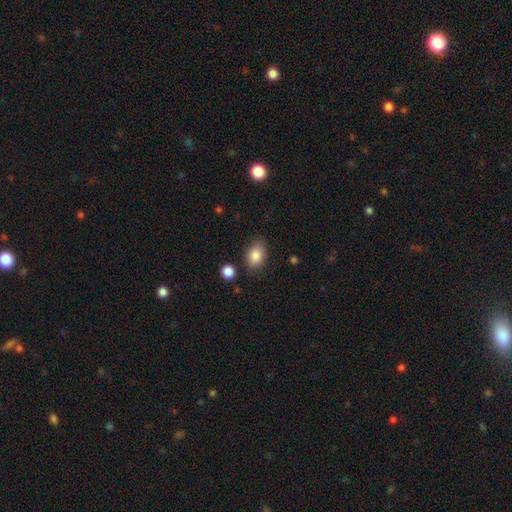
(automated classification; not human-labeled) Smooth or featured? Predicted: smooth (p=0.86). How rounded? Predicted: in between (p=0.83). Merging? Predicted: none (p=0.80).